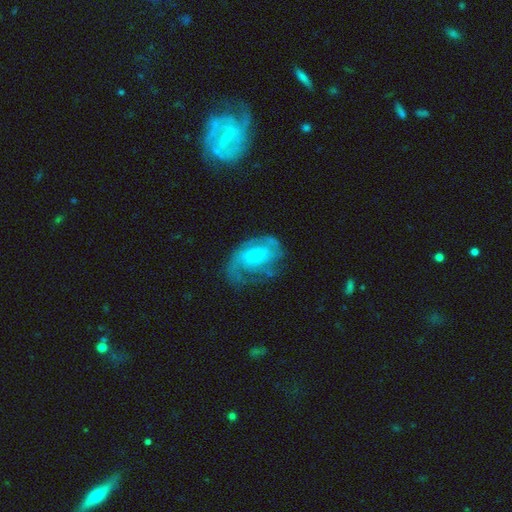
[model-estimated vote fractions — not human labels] Smooth or featured?
  - featured or disk: 75% *
  - smooth: 18%
  - star or artifact: 6%
Edge-on disk?
  - no: 97% *
  - yes: 3%
Bar?
  - no: 67% *
  - weak: 28%
  - strong: 6%
Spiral arms?
  - yes: 88% *
  - no: 12%
Spiral winding?
  - medium: 43% *
  - tight: 38%
  - loose: 19%
Spiral arm count?
  - 2: 41% *
  - can't tell: 26%
  - 3: 14%
  - 1: 10%
  - 4: 4%
  - more than 4: 4%
Bulge size?
  - small: 45% *
  - moderate: 26%
  - none: 16%
  - large: 11%
  - dominant: 2%
Merging?
  - none: 55% *
  - minor disturbance: 22%
  - major disturbance: 21%
  - merger: 2%